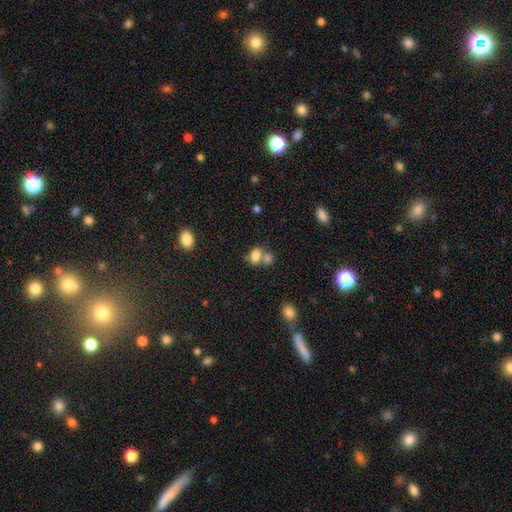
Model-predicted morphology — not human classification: Smooth or featured? Predicted: smooth (p=0.78). How rounded? Predicted: in between (p=0.70). Merging? Predicted: merger (p=0.47).